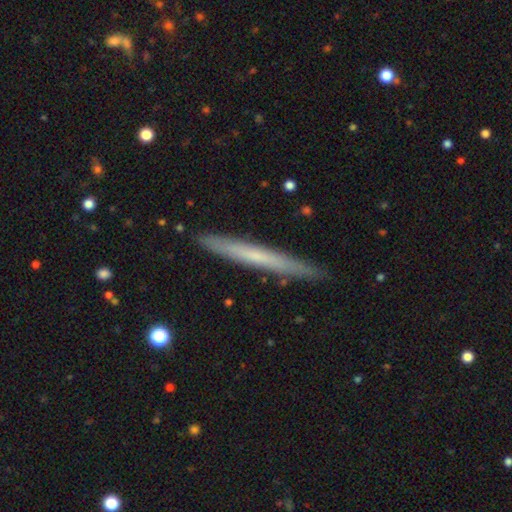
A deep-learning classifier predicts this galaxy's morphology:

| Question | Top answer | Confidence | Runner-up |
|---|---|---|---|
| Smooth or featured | smooth | 50% | featured or disk (44%) |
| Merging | none | 90% | minor disturbance (7%) |